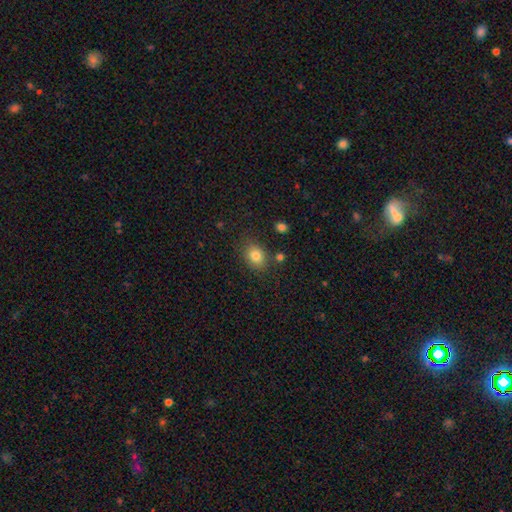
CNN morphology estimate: smooth_or_featured: smooth (p=0.81) [alt: star or artifact p=0.11]
how_rounded: in between (p=0.59) [alt: round p=0.40]
merging: none (p=0.78) [alt: minor disturbance p=0.13]